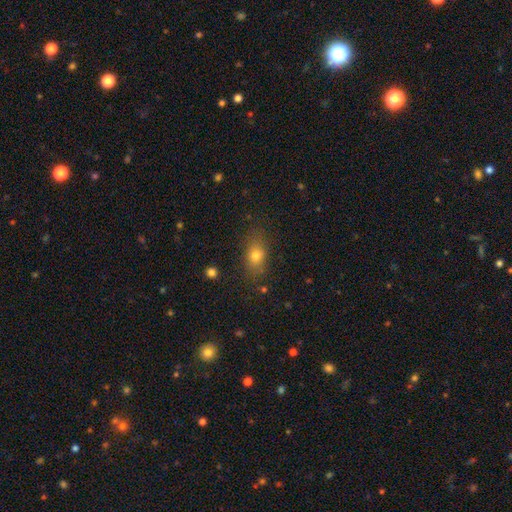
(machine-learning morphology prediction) This appears to be a smooth galaxy with no disk features (75%) that is in between round and cigar-shaped (72%). Merging: none (79%).